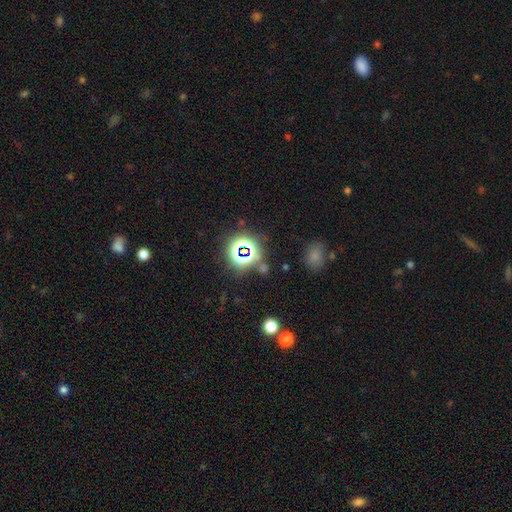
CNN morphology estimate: Smooth or featured: star or artifact — 67% (smooth — 24%)